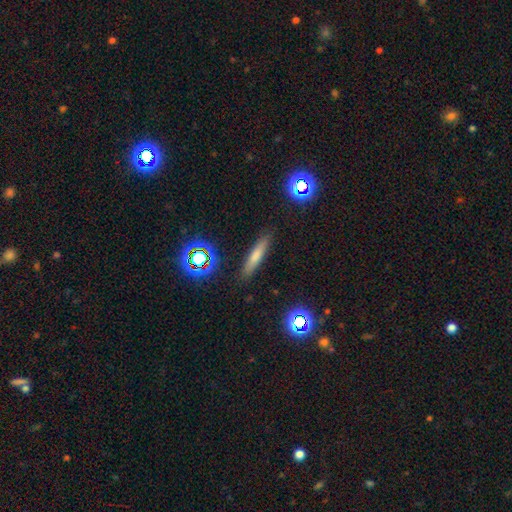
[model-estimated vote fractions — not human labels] Overall: smooth (67%). How rounded: cigar-shaped (86%). Merging: none (87%).